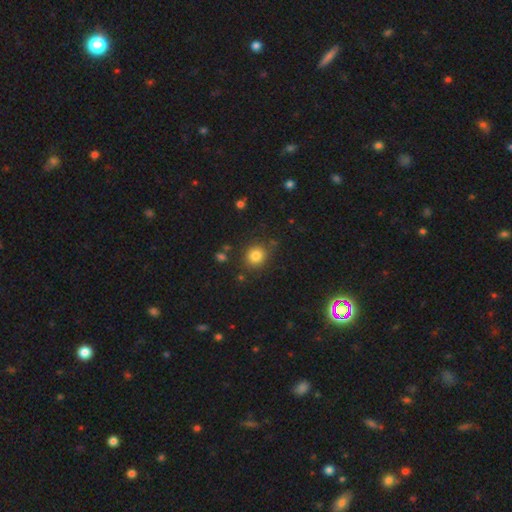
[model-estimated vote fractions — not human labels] Morphology: type=smooth (82%); roundness=round (78%); merging=none (83%).